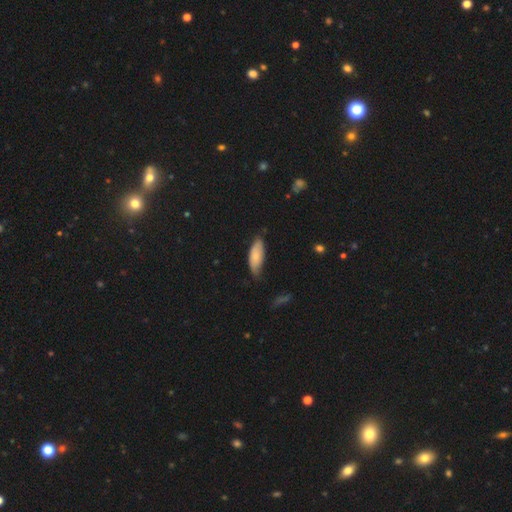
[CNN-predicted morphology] Smooth or featured?
  - smooth: 80% *
  - featured or disk: 14%
  - star or artifact: 6%
How rounded?
  - in between: 76% *
  - cigar-shaped: 22%
  - round: 2%
Merging?
  - none: 60% *
  - minor disturbance: 33%
  - major disturbance: 5%
  - merger: 2%